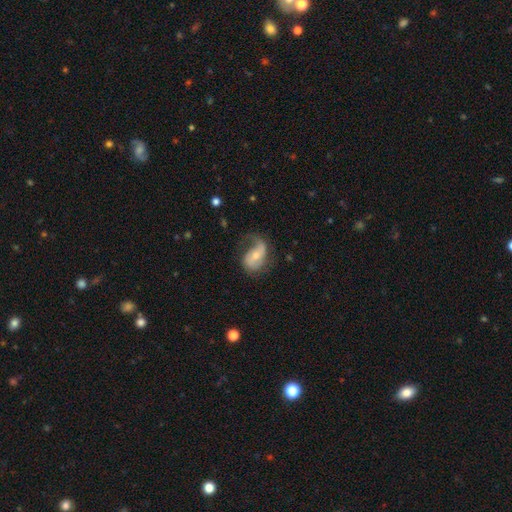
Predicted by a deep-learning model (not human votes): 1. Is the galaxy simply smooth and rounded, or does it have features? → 65% featured or disk, 28% smooth, 7% star or artifact.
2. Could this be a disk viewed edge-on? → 96% no, 4% yes.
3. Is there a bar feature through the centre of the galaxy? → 48% no, 36% weak, 16% strong.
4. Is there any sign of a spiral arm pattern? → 87% yes, 13% no.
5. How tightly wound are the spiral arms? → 50% loose, 35% medium, 15% tight.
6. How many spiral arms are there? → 50% 2, 41% 1, 7% can't tell, 1% 3, 1% 4, 1% more than 4.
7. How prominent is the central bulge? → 47% moderate, 46% small, 3% large, 3% none, 1% dominant.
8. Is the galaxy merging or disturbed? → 41% none, 32% major disturbance, 26% minor disturbance, 2% merger.